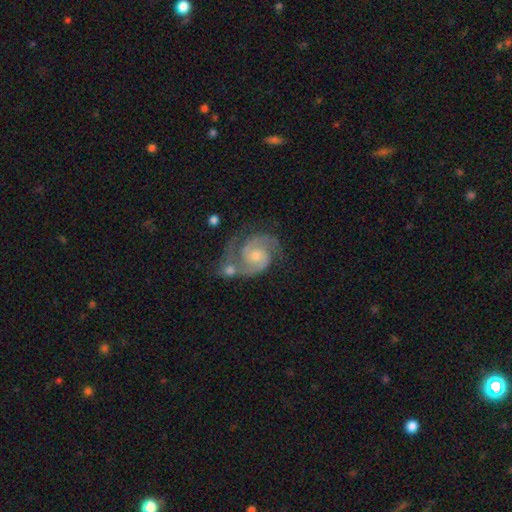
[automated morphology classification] A featured or disk galaxy (91%) with no bar (65%), 2 (91%) medium (51%) spiral arms (98%) and a small central bulge (54%).

Vote fractions:
- Smooth or featured? featured or disk: 91% / star or artifact: 5% / smooth: 4%
- Edge-on disk? no: 98% / yes: 2%
- Bar? no: 65% / weak: 29% / strong: 6%
- Spiral arms? yes: 98% / no: 2%
- Spiral winding? medium: 51% / tight: 41% / loose: 8%
- Spiral arm count? 2: 91% / 3: 4% / can't tell: 2% / 1: 1% / 4: 1% / more than 4: 1%
- Bulge size? small: 54% / moderate: 40% / none: 3% / large: 2% / dominant: 1%
- Merging? none: 54% / merger: 22% / minor disturbance: 16% / major disturbance: 8%